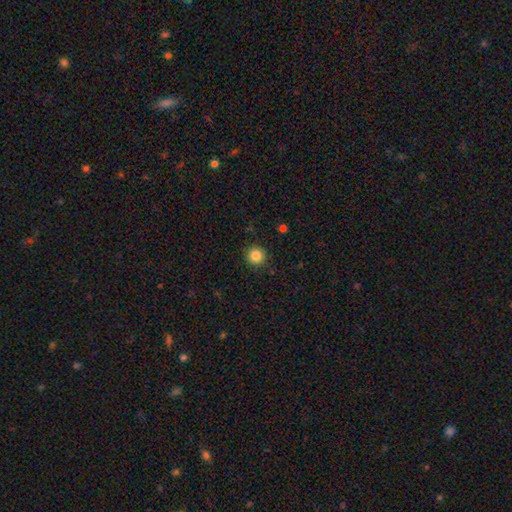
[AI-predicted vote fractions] smooth-or-featured: smooth: 85% | star or artifact: 10% | featured or disk: 4%
  how-rounded: round: 94% | in between: 5% | cigar-shaped: 1%
  merging: none: 91% | minor disturbance: 6% | major disturbance: 2% | merger: 1%